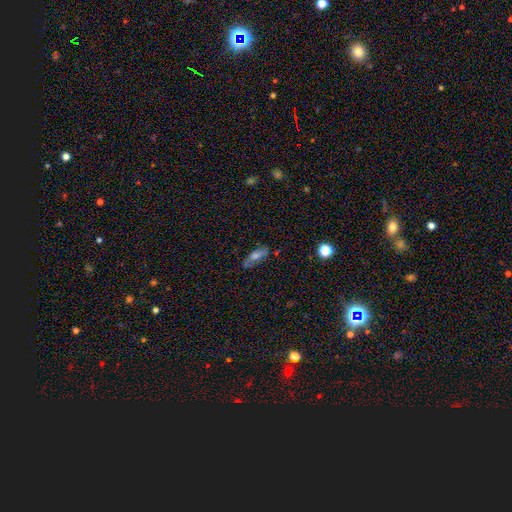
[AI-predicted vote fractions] smooth-or-featured: smooth: 53% | featured or disk: 34% | star or artifact: 13%
  how-rounded: in between: 58% | cigar-shaped: 37% | round: 5%
  merging: none: 72% | minor disturbance: 19% | major disturbance: 6% | merger: 4%